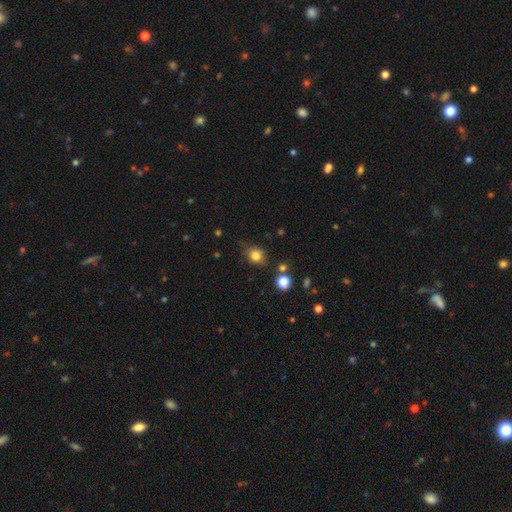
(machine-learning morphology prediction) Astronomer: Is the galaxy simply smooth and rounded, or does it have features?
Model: smooth — 81%.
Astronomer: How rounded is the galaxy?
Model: round — 72%.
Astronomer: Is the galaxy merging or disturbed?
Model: none — 73%.